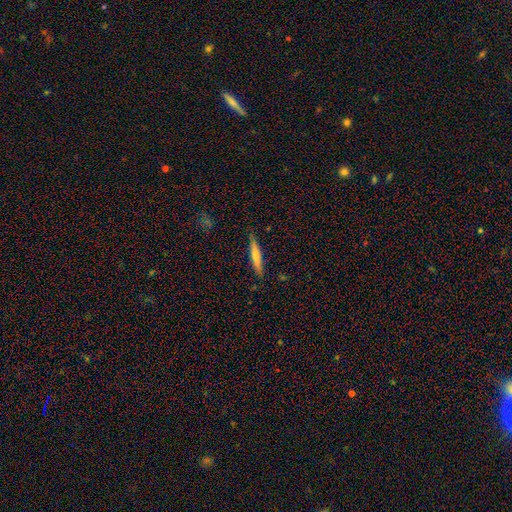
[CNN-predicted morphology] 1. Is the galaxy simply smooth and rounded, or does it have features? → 65% smooth, 29% featured or disk, 6% star or artifact.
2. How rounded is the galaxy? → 93% cigar-shaped, 5% in between, 1% round.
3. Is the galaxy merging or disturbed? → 86% none, 11% minor disturbance, 2% major disturbance, 1% merger.